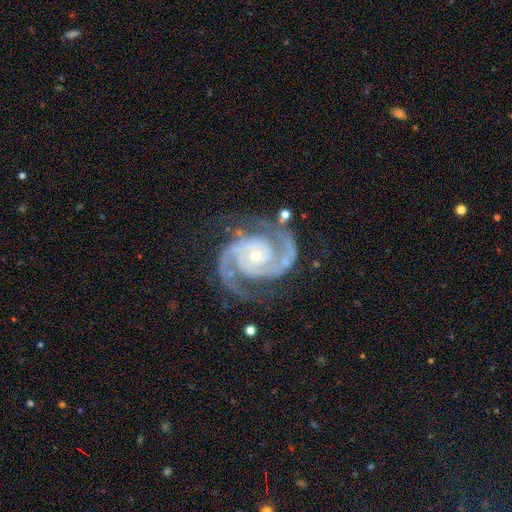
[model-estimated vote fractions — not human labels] Smooth or featured? Predicted: featured or disk (p=0.94). Edge-on disk? Predicted: no (p=0.98). Bar? Predicted: no (p=0.70). Spiral arms? Predicted: yes (p=0.99). Spiral winding? Predicted: medium (p=0.49). Spiral arm count? Predicted: 2 (p=0.90). Bulge size? Predicted: small (p=0.70). Merging? Predicted: none (p=0.76).